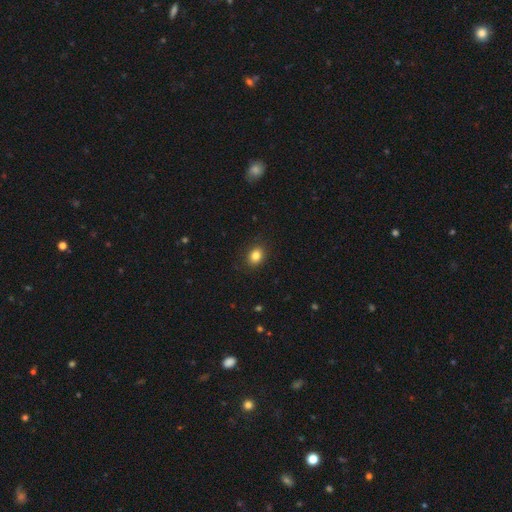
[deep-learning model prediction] smooth 84%, star or artifact 10%, featured or disk 6%. Down the decision tree: how rounded — in between (53%); merging — none (88%).